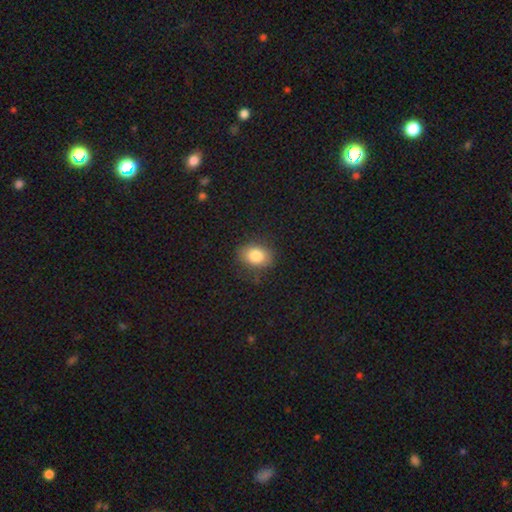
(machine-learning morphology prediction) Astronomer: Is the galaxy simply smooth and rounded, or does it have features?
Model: smooth — 82%.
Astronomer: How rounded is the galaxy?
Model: in between — 65%.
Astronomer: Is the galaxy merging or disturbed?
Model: none — 83%.